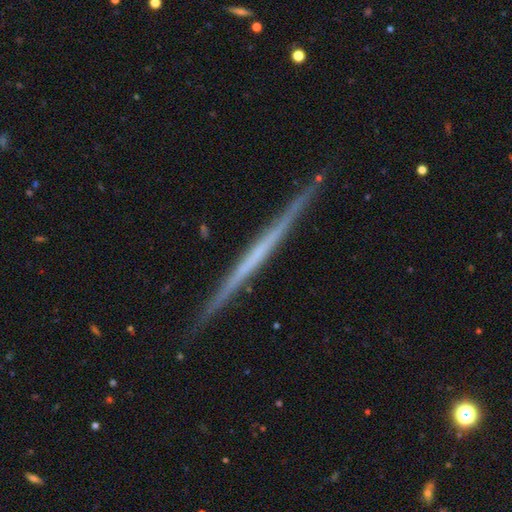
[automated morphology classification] featured or disk 69%, smooth 26%, star or artifact 6%. Down the decision tree: edge-on disk — yes (98%); edge-on bulge — none (92%); merging — none (91%).